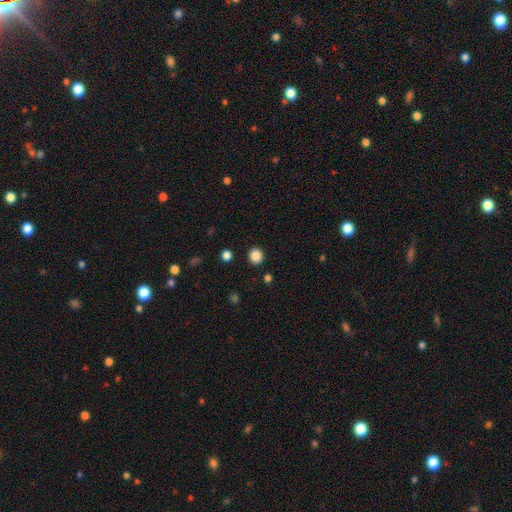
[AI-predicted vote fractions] A smooth galaxy with no disk features (86%) that is round (86%). Merging: none (91%).